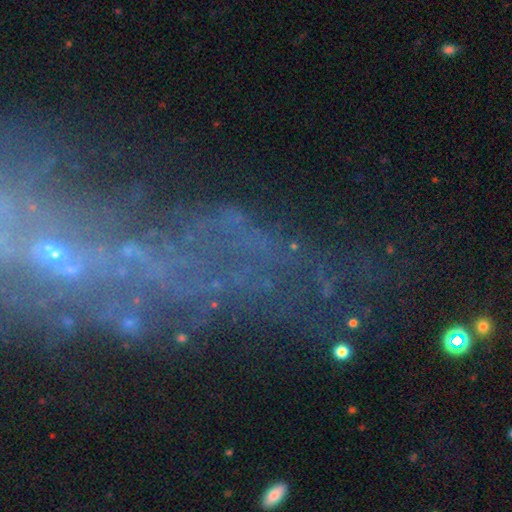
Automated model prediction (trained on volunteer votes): A featured or disk galaxy (49%).

Vote fractions:
- Smooth or featured? featured or disk: 49% / star or artifact: 36% / smooth: 15%
- Merging? none: 48% / major disturbance: 27% / minor disturbance: 16% / merger: 8%